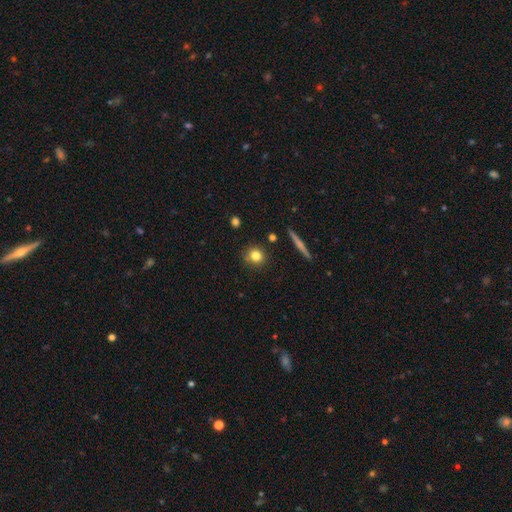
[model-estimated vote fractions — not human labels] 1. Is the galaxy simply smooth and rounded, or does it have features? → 79% smooth, 11% star or artifact, 10% featured or disk.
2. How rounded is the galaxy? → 86% round, 12% in between, 2% cigar-shaped.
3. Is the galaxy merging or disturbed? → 86% none, 9% minor disturbance, 3% merger, 2% major disturbance.